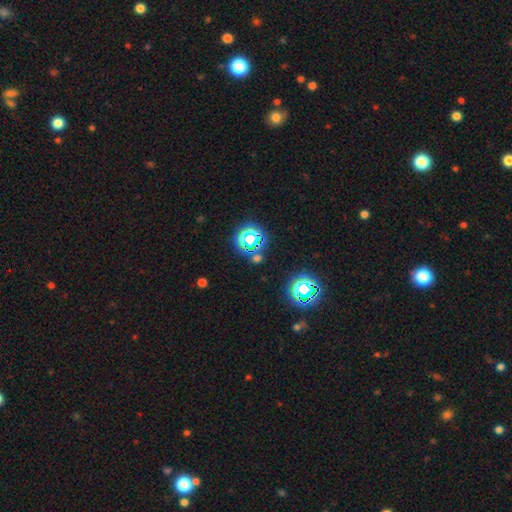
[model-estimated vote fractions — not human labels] A star or artifact, not a galaxy (74%).

Vote fractions:
- Smooth or featured? star or artifact: 74% / smooth: 18% / featured or disk: 8%